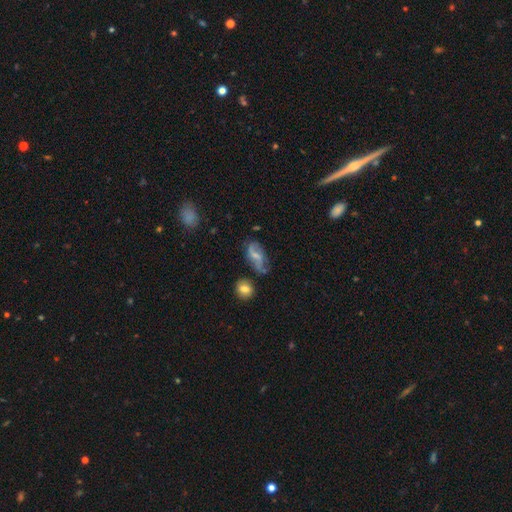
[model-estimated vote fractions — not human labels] This is possibly a featured or disk galaxy (52%). It is clearly not viewed edge-on (93%). Merging: possibly none (55%).